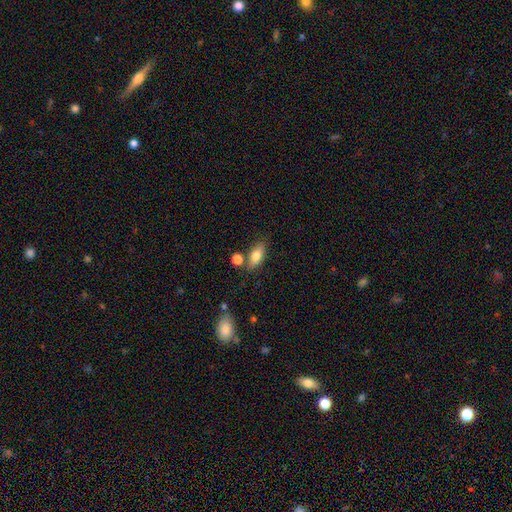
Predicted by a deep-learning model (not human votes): Q: Smooth or featured?
A: smooth (73%); runner-up: featured or disk (19%)
Q: How rounded?
A: in between (78%); runner-up: cigar-shaped (16%)
Q: Merging?
A: none (73%); runner-up: minor disturbance (14%)